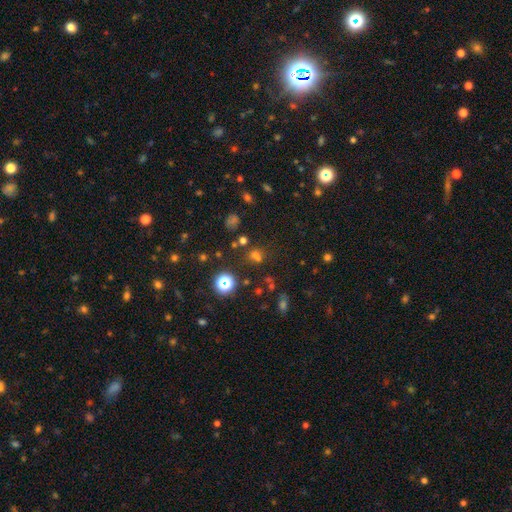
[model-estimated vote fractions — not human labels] Smooth or featured? smooth (50%)
Merging? none (66%)